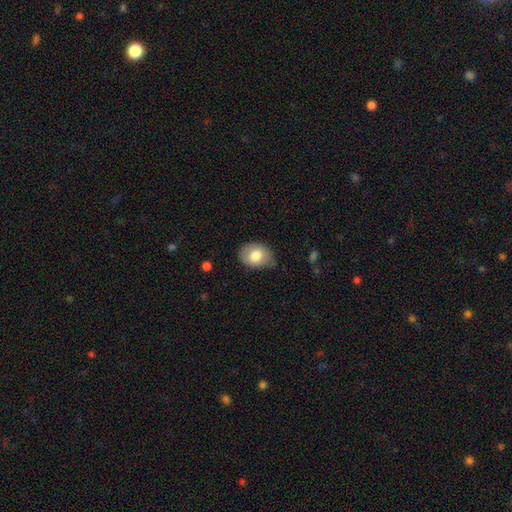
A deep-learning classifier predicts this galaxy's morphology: A smooth galaxy with no disk features (77%) that is in between round and cigar-shaped (68%). Merging: none (70%).